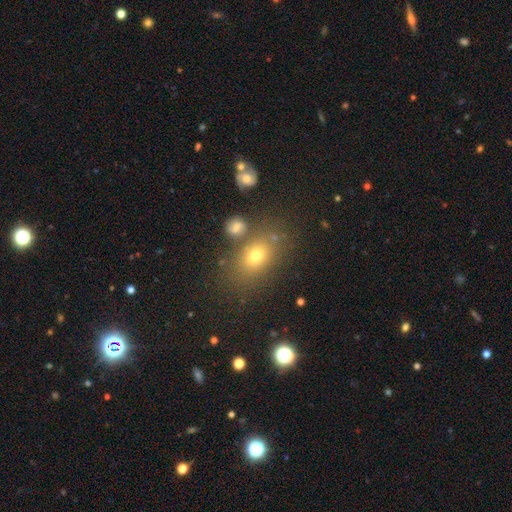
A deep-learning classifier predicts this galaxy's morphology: smooth_or_featured: smooth (p=0.70) [alt: star or artifact p=0.17]
how_rounded: in between (p=0.71) [alt: round p=0.27]
merging: none (p=0.72) [alt: minor disturbance p=0.13]